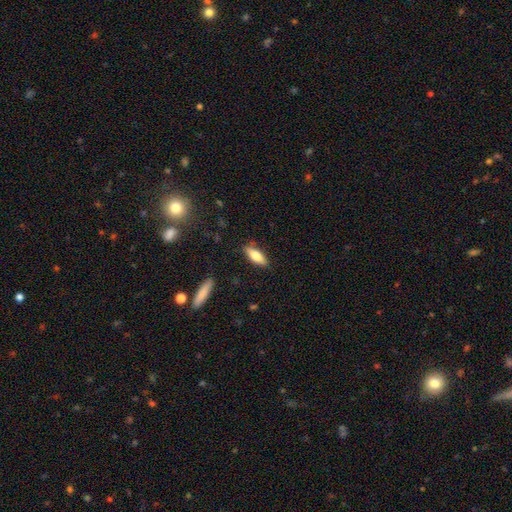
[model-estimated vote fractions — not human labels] Smooth or featured? Predicted: smooth (p=0.71). How rounded? Predicted: in between (p=0.61). Merging? Predicted: none (p=0.85).